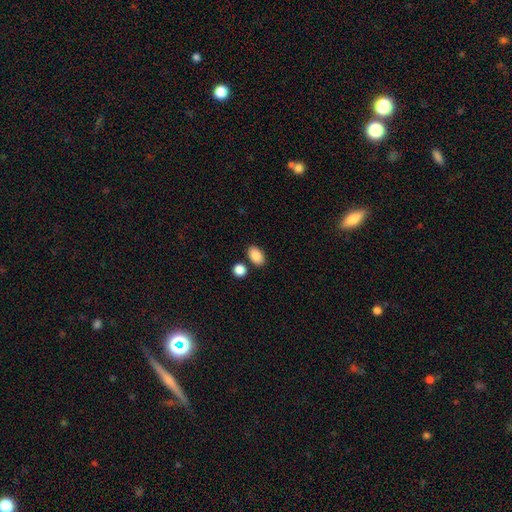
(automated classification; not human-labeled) Smooth or featured? smooth (88%)
How rounded? in between (88%)
Merging? none (80%)